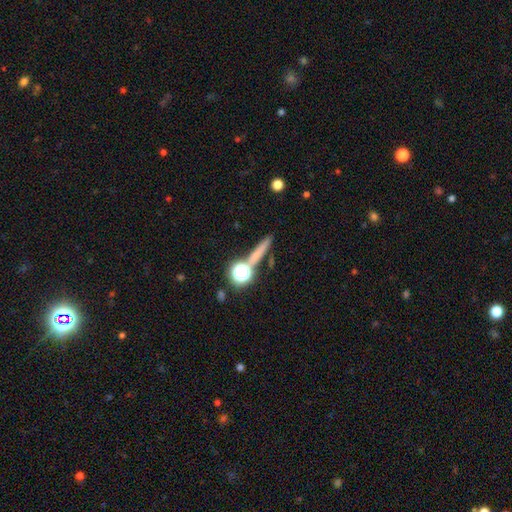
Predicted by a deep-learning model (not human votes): The model was most divided on "smooth or featured": smooth: 48%, star or artifact: 30%, featured or disk: 22%. More confident: merging — none (74%).